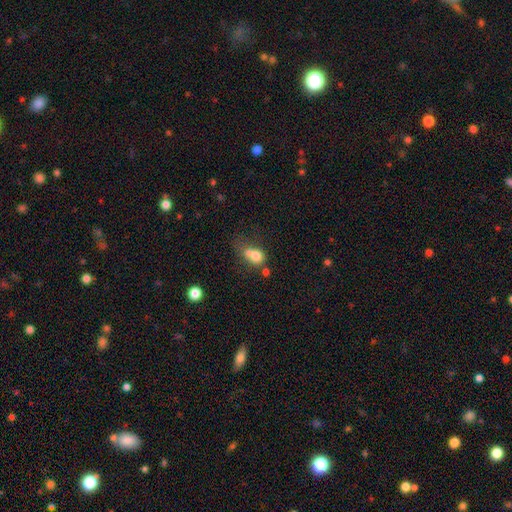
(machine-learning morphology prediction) Smooth or featured? Predicted: smooth (p=0.71). How rounded? Predicted: round (p=0.58). Merging? Predicted: merger (p=0.57).